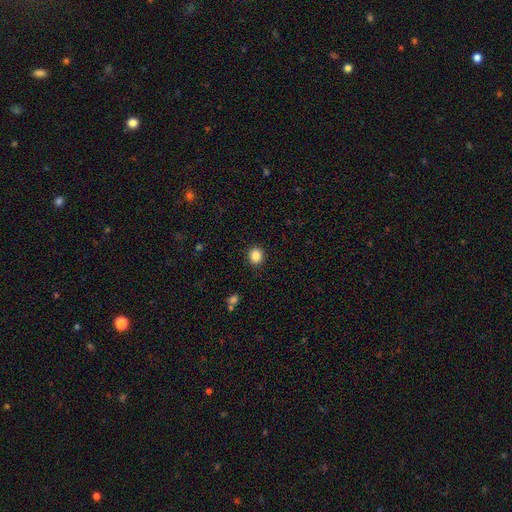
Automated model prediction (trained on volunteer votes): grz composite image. It shows a smooth galaxy with no disk features (86%) that is round (80%). Merging: none (91%).